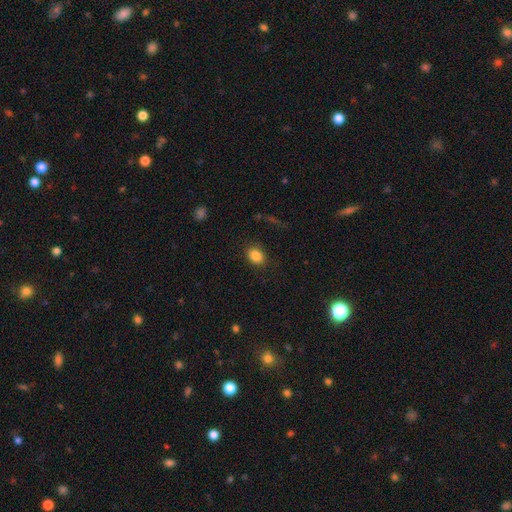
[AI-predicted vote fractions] Q: Smooth or featured?
A: smooth (86%); runner-up: star or artifact (9%)
Q: How rounded?
A: in between (61%); runner-up: round (38%)
Q: Merging?
A: none (86%); runner-up: minor disturbance (10%)